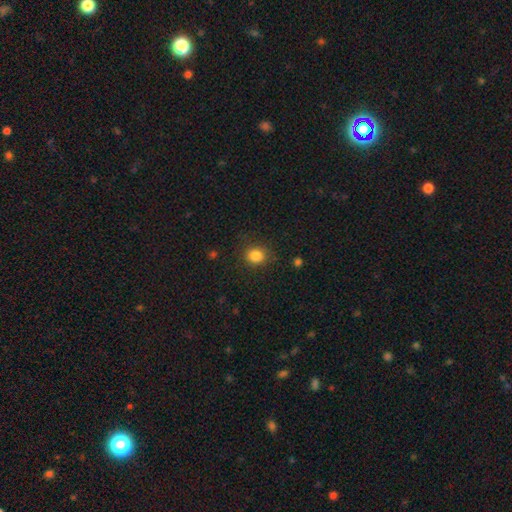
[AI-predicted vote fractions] smooth_or_featured: smooth (p=0.85) [alt: star or artifact p=0.11]
how_rounded: round (p=0.72) [alt: in between p=0.27]
merging: none (p=0.85) [alt: minor disturbance p=0.10]